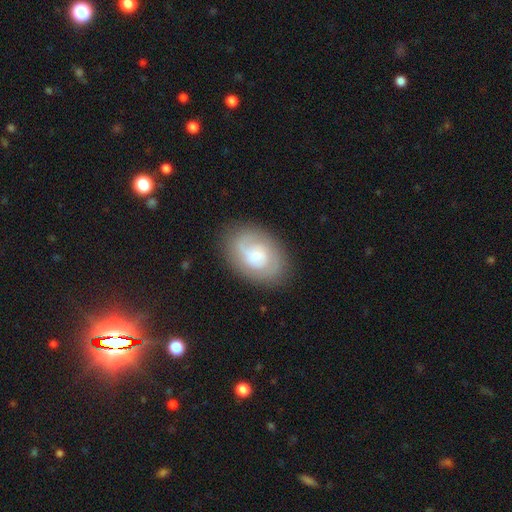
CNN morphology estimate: A featured or disk galaxy (67%) with no bar (56%), 2 (56%) tight (44%) spiral arms (88%) and a small central bulge (48%). Merging: none (79%).